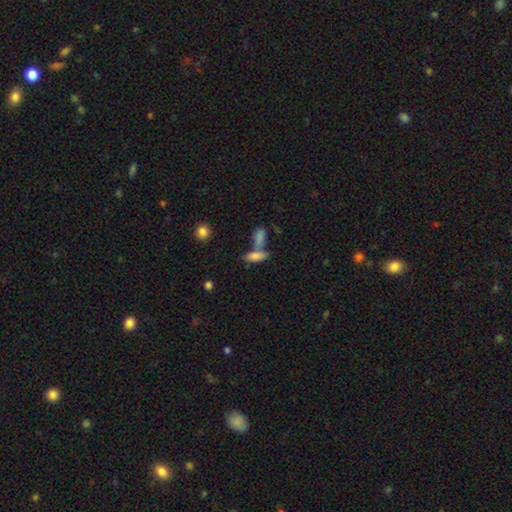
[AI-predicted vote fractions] smooth 77%, featured or disk 14%, star or artifact 9%. Down the decision tree: how rounded — in between (59%); merging — merger (44%).